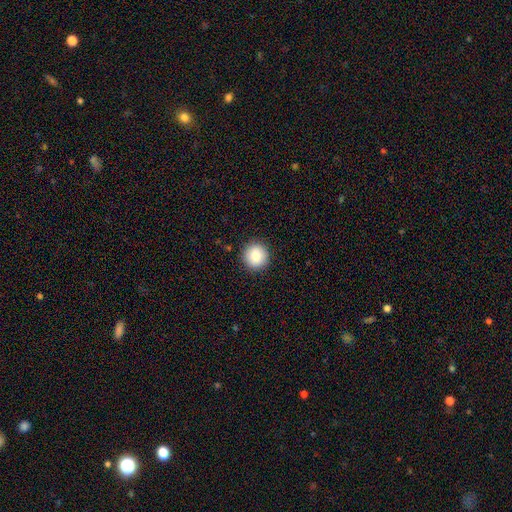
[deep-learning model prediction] smooth-or-featured: smooth: 82% | featured or disk: 9% | star or artifact: 8%
  how-rounded: round: 91% | in between: 8% | cigar-shaped: 1%
  merging: none: 90% | minor disturbance: 7% | major disturbance: 2% | merger: 1%